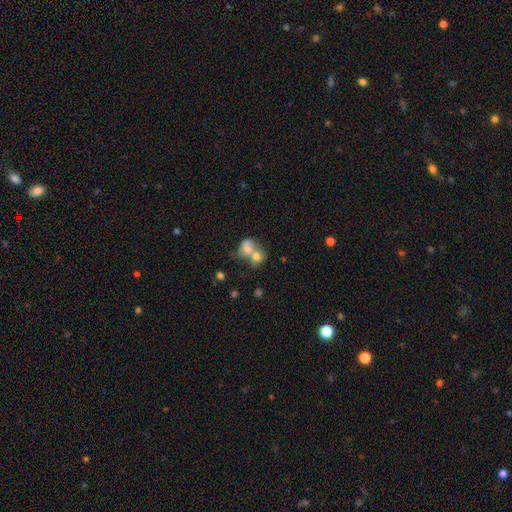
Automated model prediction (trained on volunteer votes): Smooth or featured? smooth (68%)
How rounded? round (51%)
Merging? merger (69%)